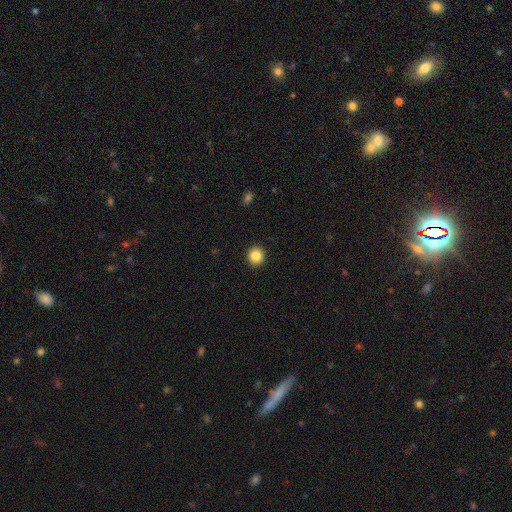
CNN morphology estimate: Smooth or featured? smooth (86%)
How rounded? round (93%)
Merging? none (93%)